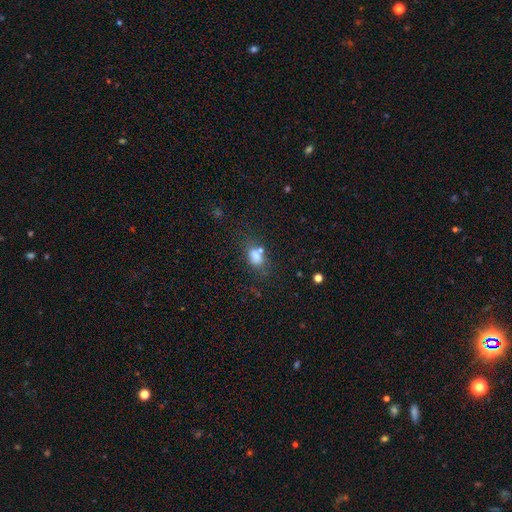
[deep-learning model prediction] Smooth or featured: smooth — 70% (star or artifact — 18%)
How rounded: in between — 73% (round — 23%)
Merging: none — 56% (merger — 20%)